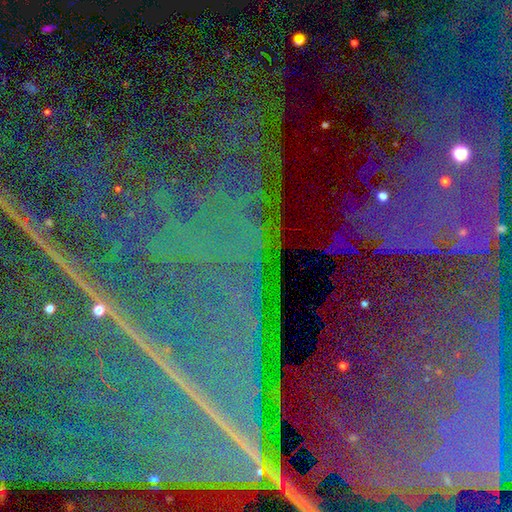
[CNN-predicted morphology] type=star or artifact (87%).